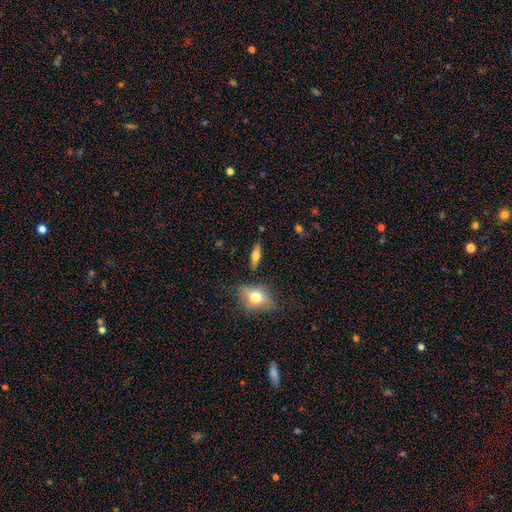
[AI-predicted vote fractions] A smooth galaxy with no disk features (54%) that is in between round and cigar-shaped (48%). Merging: none (84%).